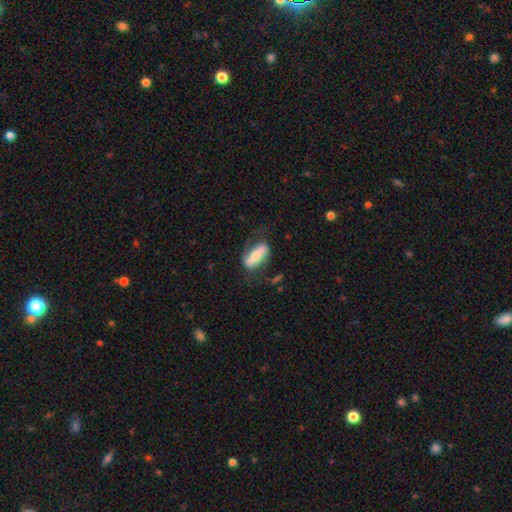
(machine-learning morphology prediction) Smooth or featured? Predicted: featured or disk (p=0.52). Edge-on disk? Predicted: no (p=0.77). Merging? Predicted: none (p=0.57).